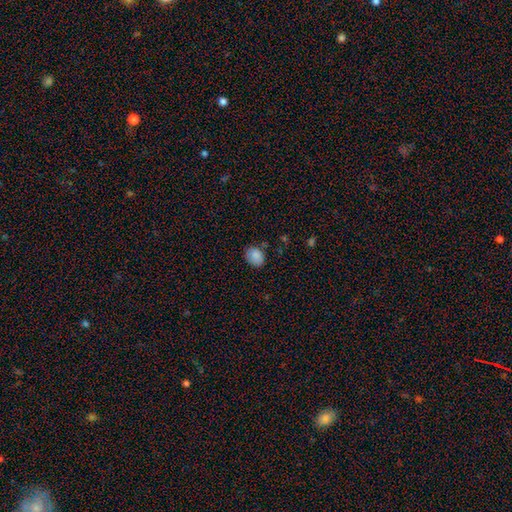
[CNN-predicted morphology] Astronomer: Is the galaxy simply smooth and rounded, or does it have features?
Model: smooth — 86%.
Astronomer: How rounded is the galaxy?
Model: in between — 52% (runner-up: round, 47%).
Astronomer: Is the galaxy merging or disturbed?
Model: none — 76%.